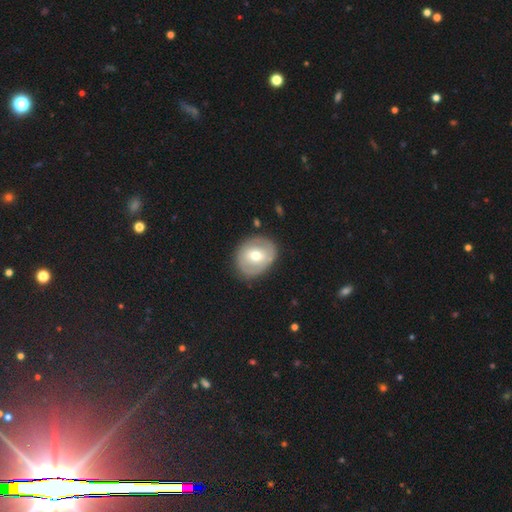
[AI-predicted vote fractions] Morphology: type=smooth (49%); merging=none (80%).